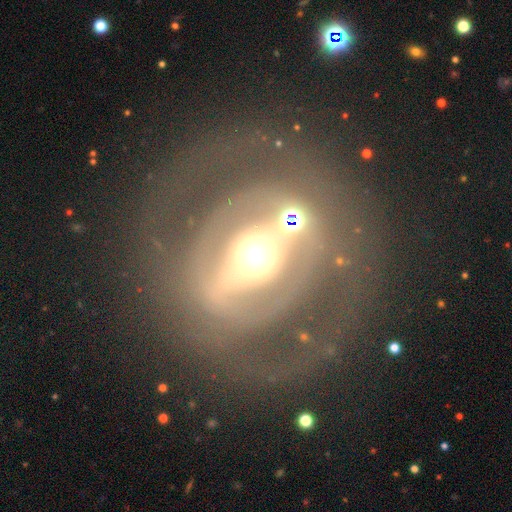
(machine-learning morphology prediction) This appears to be a featured or disk galaxy (77%) with a strong bar (61%), no spiral arms (64%) and a moderate central bulge (58%). Merging: none (71%).